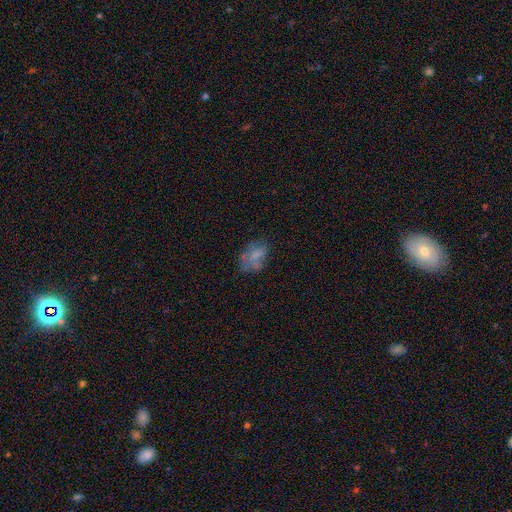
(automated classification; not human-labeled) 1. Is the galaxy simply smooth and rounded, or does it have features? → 53% smooth, 33% featured or disk, 13% star or artifact.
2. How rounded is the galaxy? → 82% in between, 16% round, 2% cigar-shaped.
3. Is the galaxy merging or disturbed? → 45% none, 26% minor disturbance, 24% major disturbance, 5% merger.